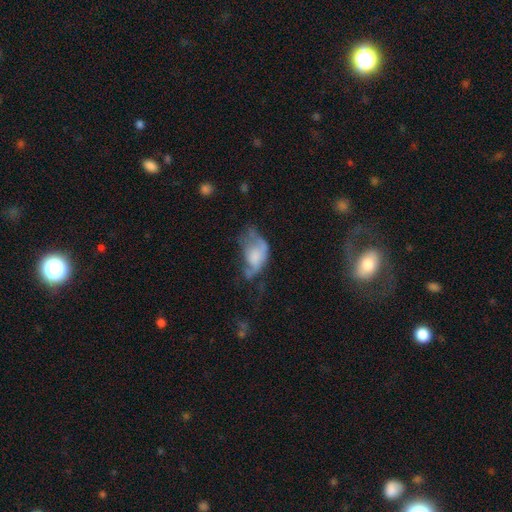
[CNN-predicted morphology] The model was most divided on "smooth or featured": smooth: 53%, featured or disk: 37%, star or artifact: 10%. Remaining: how rounded — in between (87%); merging — major disturbance (47%).